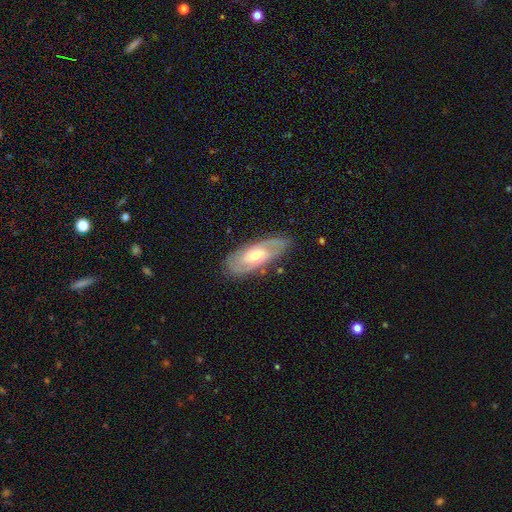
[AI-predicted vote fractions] This appears to be a featured or disk galaxy (74%) with no bar (62%), 2 (64%) tight (51%) spiral arms (84%) and a moderate central bulge (66%). Merging: none (81%).